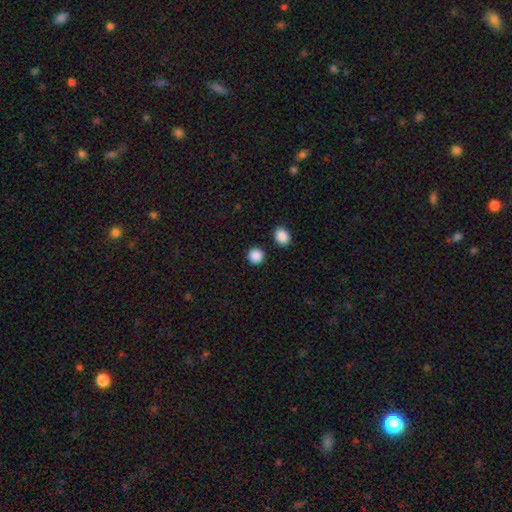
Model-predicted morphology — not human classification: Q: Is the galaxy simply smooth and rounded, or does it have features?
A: smooth — 88%.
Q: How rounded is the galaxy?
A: round — 92%.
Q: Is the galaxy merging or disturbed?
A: none — 89%.